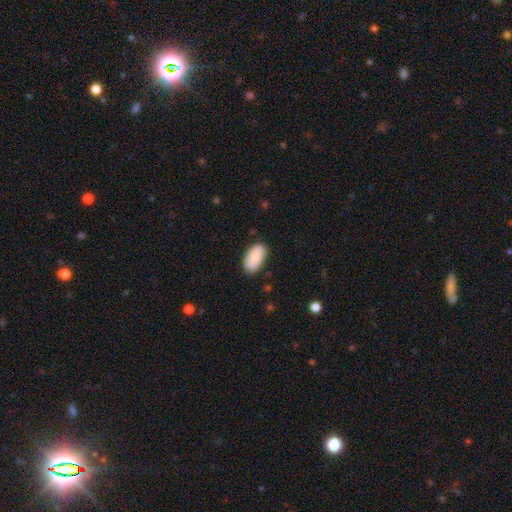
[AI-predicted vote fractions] Overall: smooth (88%). How rounded: in between (95%). Merging: none (84%).